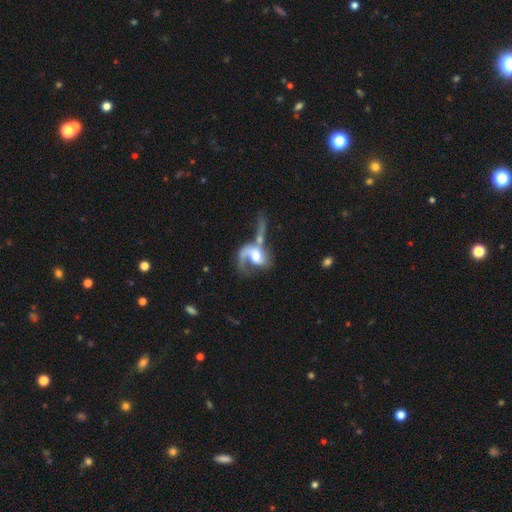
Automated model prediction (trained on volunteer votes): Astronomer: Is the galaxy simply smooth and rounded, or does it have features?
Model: featured or disk — 72%.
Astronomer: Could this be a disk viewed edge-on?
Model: no — 96%.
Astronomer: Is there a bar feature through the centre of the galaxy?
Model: no — 60%.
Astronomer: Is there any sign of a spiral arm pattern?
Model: yes — 85%.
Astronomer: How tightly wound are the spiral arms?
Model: loose — 58%.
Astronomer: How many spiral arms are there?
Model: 1 — 59%.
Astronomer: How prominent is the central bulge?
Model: moderate — 55%.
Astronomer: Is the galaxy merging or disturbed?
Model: merger — 42% (runner-up: major disturbance, 33%).